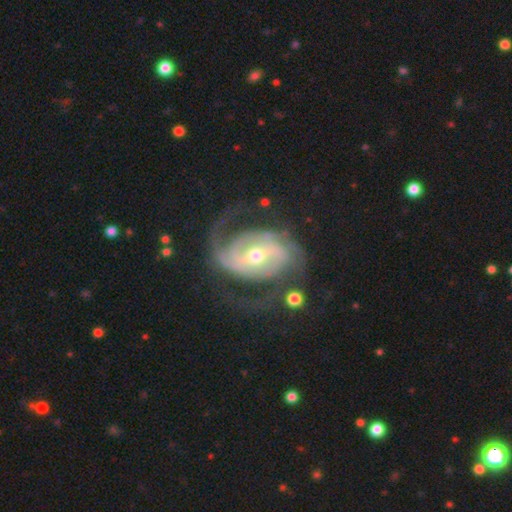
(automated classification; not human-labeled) This appears to be a featured or disk galaxy (91%) with a strong bar (42%), 2 (77%) medium (49%) spiral arms (97%) and a moderate central bulge (57%). Merging: none (65%).